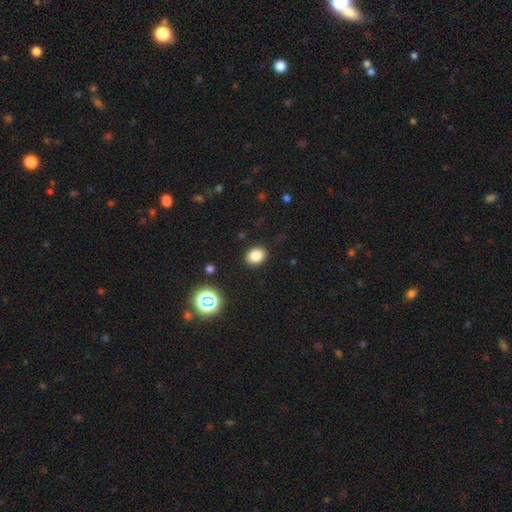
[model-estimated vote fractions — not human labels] smooth 82%, star or artifact 12%, featured or disk 6%. Down the decision tree: how rounded — in between (60%); merging — none (89%).